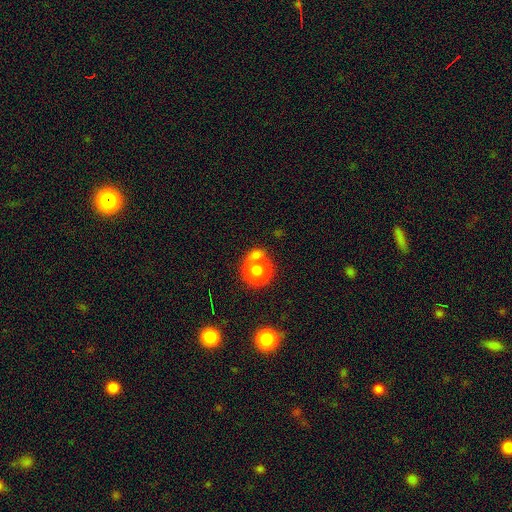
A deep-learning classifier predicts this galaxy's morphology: Q: Smooth or featured?
A: smooth (63%); runner-up: star or artifact (25%)
Q: How rounded?
A: round (80%); runner-up: in between (19%)
Q: Merging?
A: none (52%); runner-up: merger (27%)